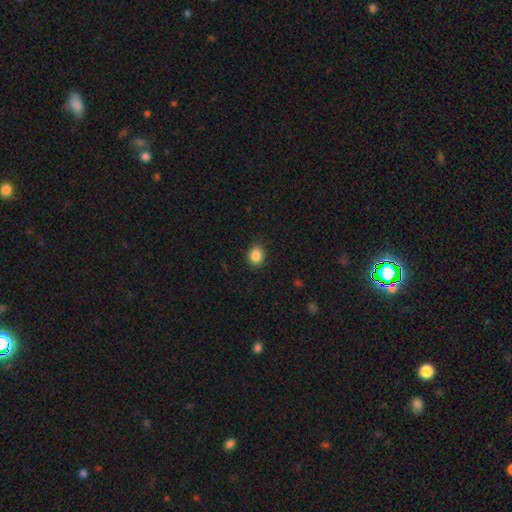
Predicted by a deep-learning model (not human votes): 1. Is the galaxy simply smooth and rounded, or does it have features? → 86% smooth, 10% star or artifact, 4% featured or disk.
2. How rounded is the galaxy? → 56% round, 43% in between, 1% cigar-shaped.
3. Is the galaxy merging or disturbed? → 88% none, 9% minor disturbance, 2% major disturbance, 1% merger.